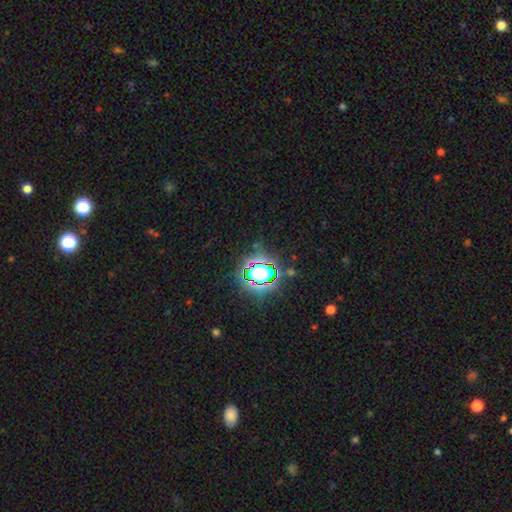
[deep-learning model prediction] Overall: star or artifact (80%).